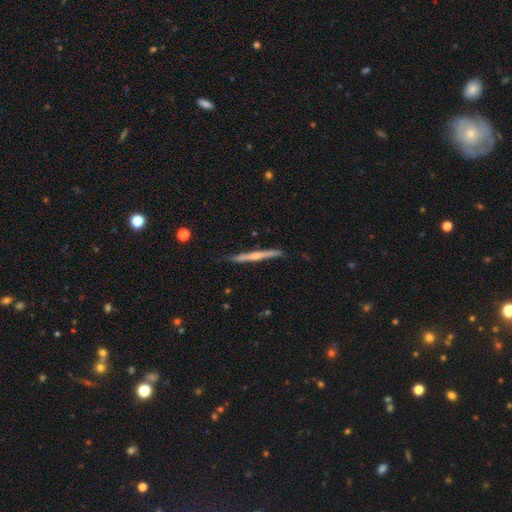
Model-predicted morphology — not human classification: A featured or disk galaxy (61%) viewed edge-on (97%) with a rounded central bulge (54%).

Vote fractions:
- Smooth or featured? featured or disk: 61% / smooth: 33% / star or artifact: 5%
- Edge-on disk? yes: 97% / no: 3%
- Edge-on bulge? rounded: 54% / none: 39% / boxy: 7%
- Merging? none: 84% / minor disturbance: 12% / major disturbance: 2% / merger: 2%